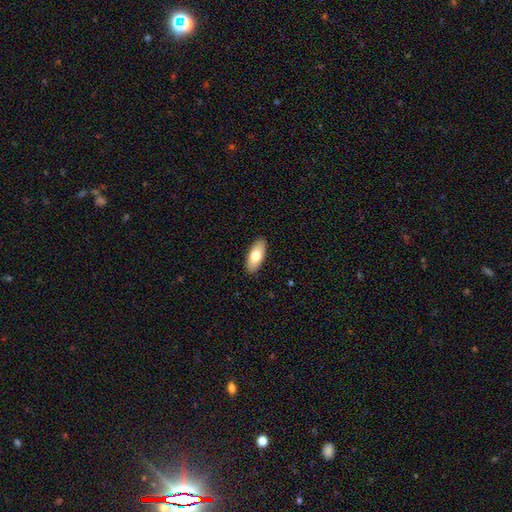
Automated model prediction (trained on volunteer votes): A smooth galaxy with no disk features (77%) that is in between round and cigar-shaped (86%).

Vote fractions:
- Smooth or featured? smooth: 77% / featured or disk: 17% / star or artifact: 6%
- How rounded? in between: 86% / cigar-shaped: 12% / round: 2%
- Merging? none: 90% / minor disturbance: 8% / major disturbance: 2% / merger: 1%